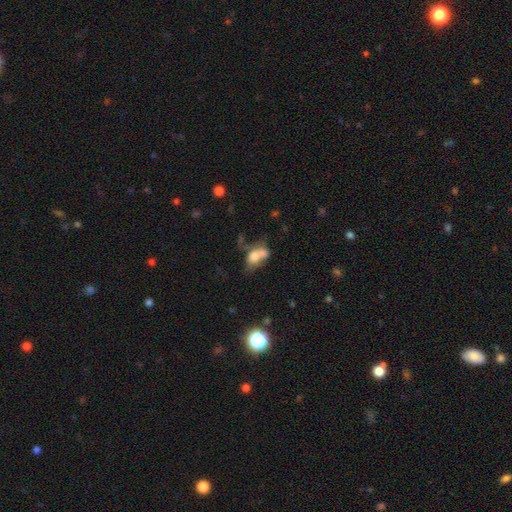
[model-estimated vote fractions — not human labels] smooth-or-featured: smooth: 65% | featured or disk: 22% | star or artifact: 12%
  how-rounded: in between: 72% | round: 25% | cigar-shaped: 3%
  merging: merger: 49% | none: 21% | major disturbance: 15% | minor disturbance: 14%